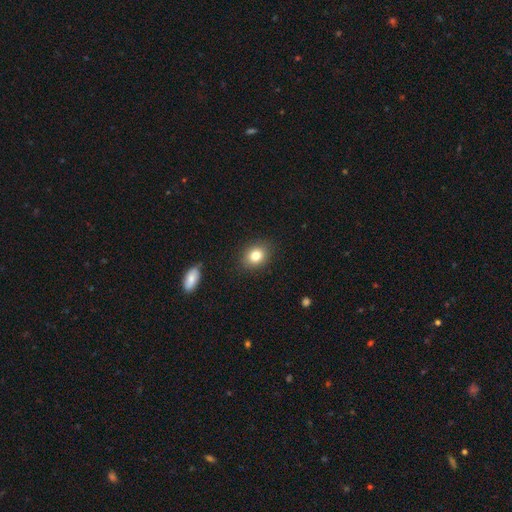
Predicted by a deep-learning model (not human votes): This appears to be a smooth galaxy with no disk features (81%) that is in between round and cigar-shaped (50%). Merging: none (87%).